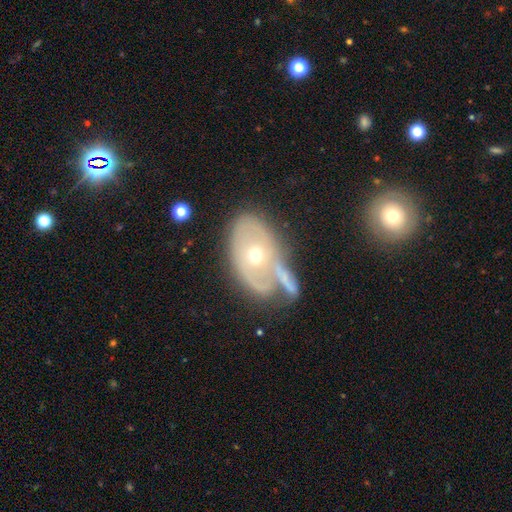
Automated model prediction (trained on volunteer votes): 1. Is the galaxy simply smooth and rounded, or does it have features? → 63% featured or disk, 30% smooth, 8% star or artifact.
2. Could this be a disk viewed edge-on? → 91% no, 9% yes.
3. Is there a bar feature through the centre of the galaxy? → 84% no, 12% weak, 4% strong.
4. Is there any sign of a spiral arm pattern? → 51% no, 49% yes.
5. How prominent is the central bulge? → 50% moderate, 46% small, 2% large, 1% dominant, 1% none.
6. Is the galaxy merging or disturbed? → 44% none, 25% merger, 19% minor disturbance, 12% major disturbance.